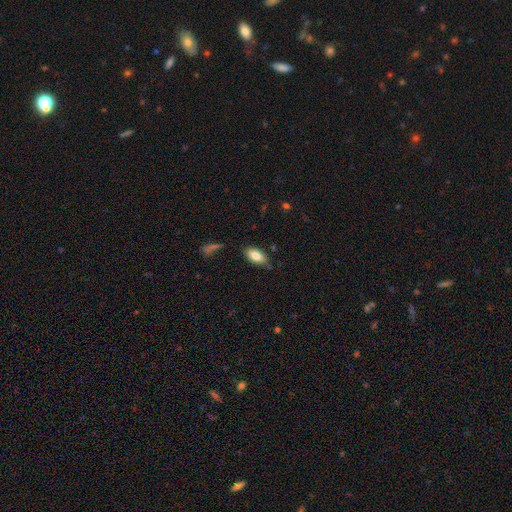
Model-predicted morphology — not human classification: Q: Smooth or featured?
A: smooth (81%); runner-up: featured or disk (12%)
Q: How rounded?
A: in between (90%); runner-up: cigar-shaped (7%)
Q: Merging?
A: none (78%); runner-up: minor disturbance (16%)